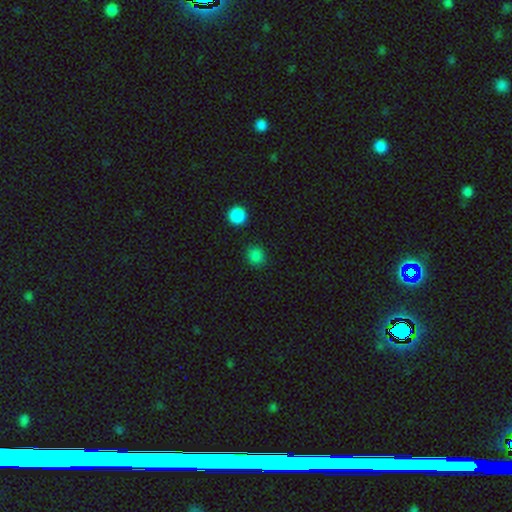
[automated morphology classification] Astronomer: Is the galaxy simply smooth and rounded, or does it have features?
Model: smooth — 84%.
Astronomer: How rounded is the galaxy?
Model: round — 84%.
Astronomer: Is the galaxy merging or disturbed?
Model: none — 87%.